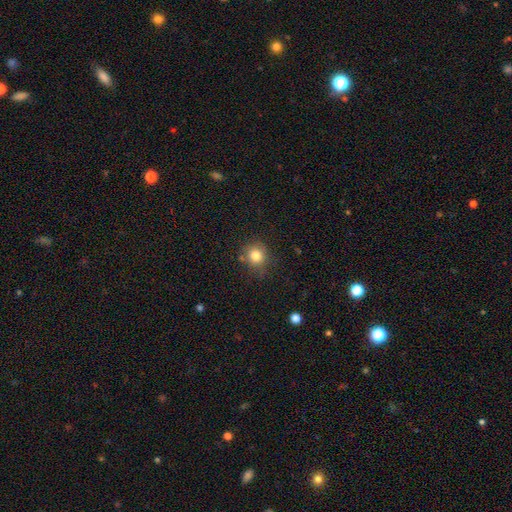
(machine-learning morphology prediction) smooth_or_featured: smooth (p=0.82) [alt: star or artifact p=0.11]
how_rounded: round (p=0.83) [alt: in between p=0.16]
merging: none (p=0.76) [alt: minor disturbance p=0.16]